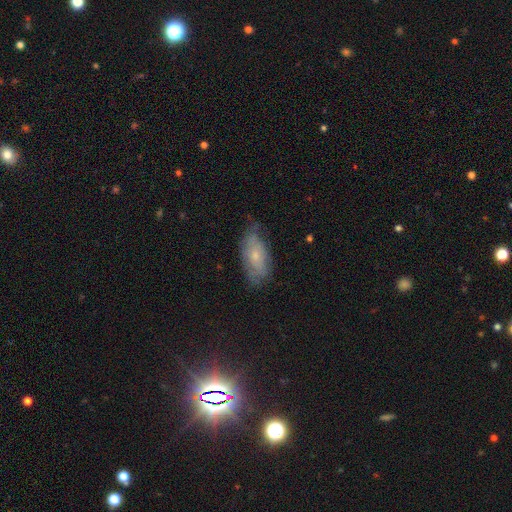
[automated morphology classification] Smooth or featured: smooth — 51% (featured or disk — 40%)
How rounded: in between — 87% (cigar-shaped — 10%)
Merging: none — 58% (minor disturbance — 31%)